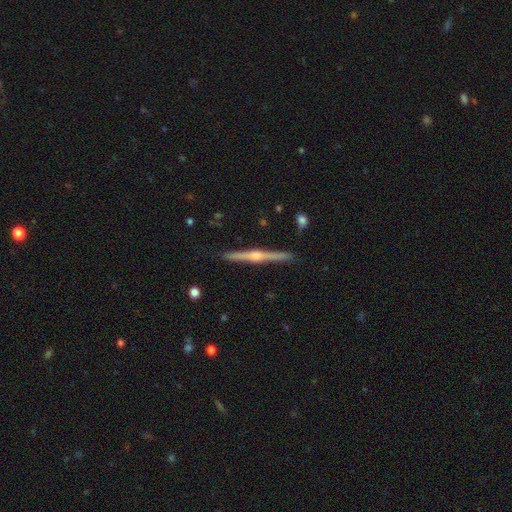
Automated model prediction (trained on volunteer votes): smooth-or-featured: featured or disk: 83% | smooth: 12% | star or artifact: 5%
  disk-edge-on: yes: 99% | no: 1%
    edge-on-bulge: rounded: 87% | boxy: 7% | none: 7%
  merging: none: 92% | minor disturbance: 5% | major disturbance: 1% | merger: 1%